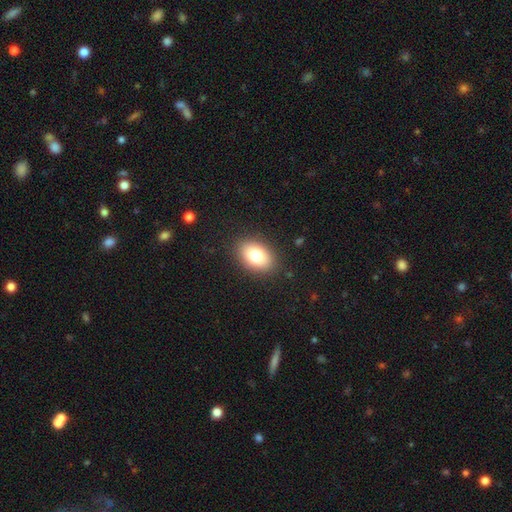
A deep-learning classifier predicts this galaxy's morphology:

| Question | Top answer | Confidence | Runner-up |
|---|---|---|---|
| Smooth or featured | smooth | 80% | featured or disk (12%) |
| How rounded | in between | 84% | round (15%) |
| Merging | none | 87% | minor disturbance (9%) |